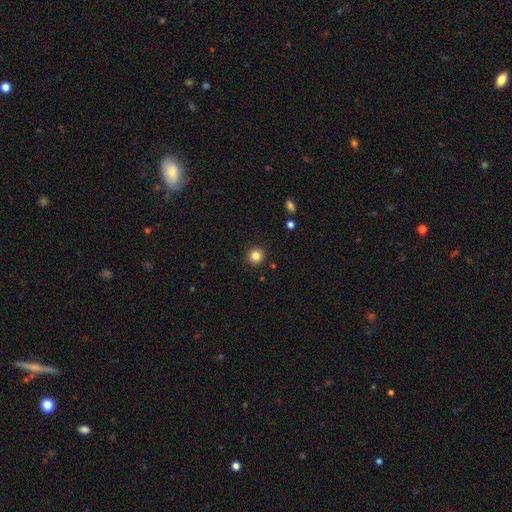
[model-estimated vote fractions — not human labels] smooth_or_featured: smooth (p=0.84) [alt: star or artifact p=0.11]
how_rounded: round (p=0.94) [alt: in between p=0.05]
merging: none (p=0.92) [alt: minor disturbance p=0.05]